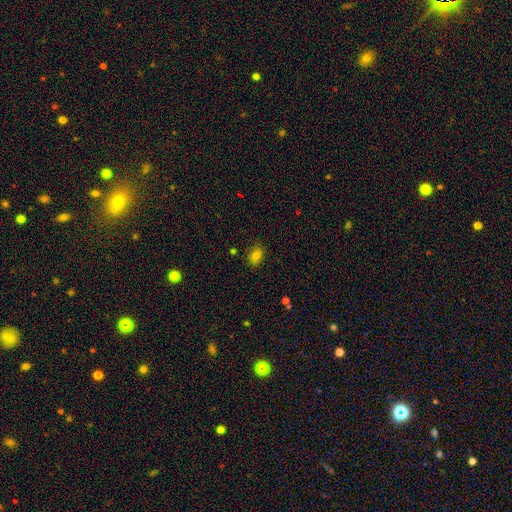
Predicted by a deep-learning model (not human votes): Smooth or featured: smooth — 79% (star or artifact — 14%)
How rounded: in between — 78% (round — 20%)
Merging: none — 84% (minor disturbance — 12%)